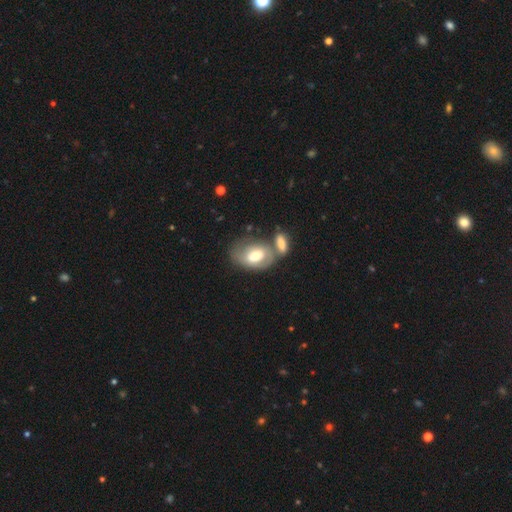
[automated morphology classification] Overall: smooth (55%; featured or disk 39%). How rounded: in between (83%). Merging: merger (42%; none 34%).